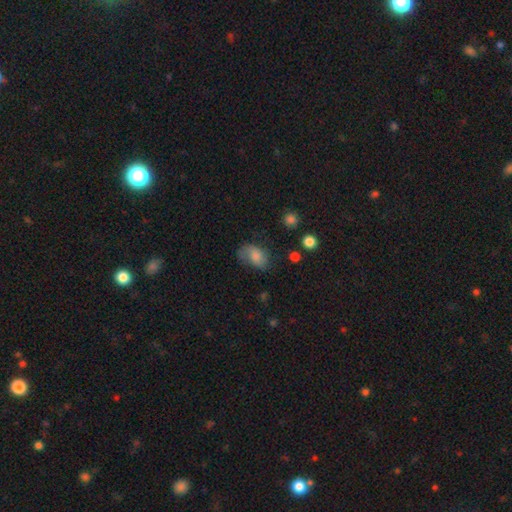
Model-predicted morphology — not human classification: smooth-or-featured: smooth: 62% | featured or disk: 27% | star or artifact: 11%
  how-rounded: in between: 83% | round: 15% | cigar-shaped: 2%
  merging: none: 51% | minor disturbance: 29% | major disturbance: 17% | merger: 2%